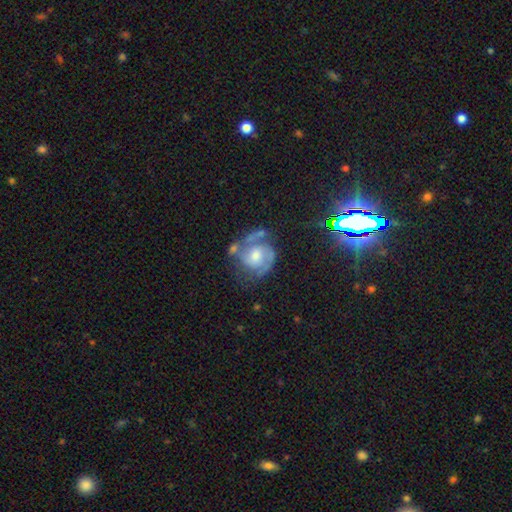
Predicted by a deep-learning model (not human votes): Overall: featured or disk (81%). Edge-on disk: no (98%). Bar: no (59%; weak 33%). Spiral arms: yes (95%). Spiral arm count: 2 (74%). Spiral winding: medium (45%; tight 44%). Bulge size: moderate (56%; small 27%). Merging: none (56%; minor disturbance 21%).